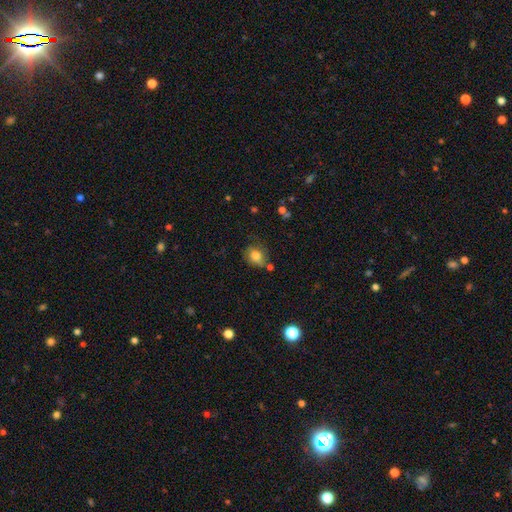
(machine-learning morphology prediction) smooth_or_featured: smooth (p=0.79) [alt: featured or disk p=0.12]
how_rounded: round (p=0.53) [alt: in between p=0.46]
merging: none (p=0.62) [alt: minor disturbance p=0.24]